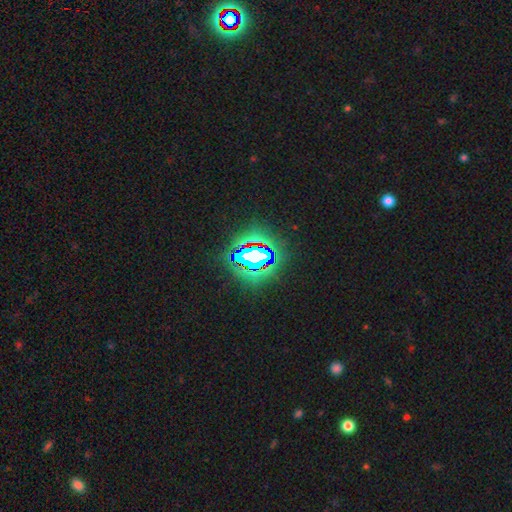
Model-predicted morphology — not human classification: The model was most divided on "smooth or featured": star or artifact: 75%, smooth: 14%, featured or disk: 12%.